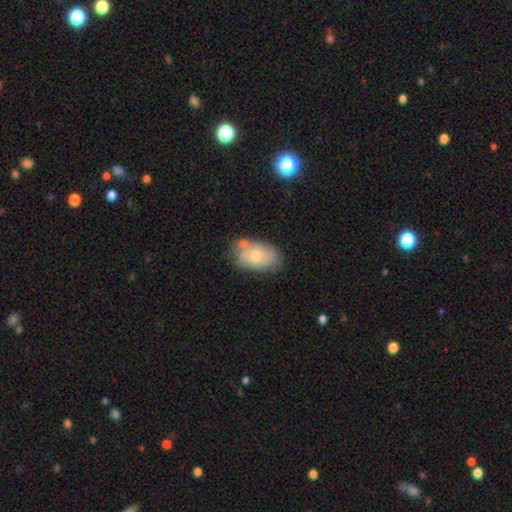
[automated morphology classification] The model was most divided on "merging": none: 56%, minor disturbance: 25%, merger: 13%, major disturbance: 7%. More confident: how rounded — in between (89%); smooth or featured — smooth (64%).